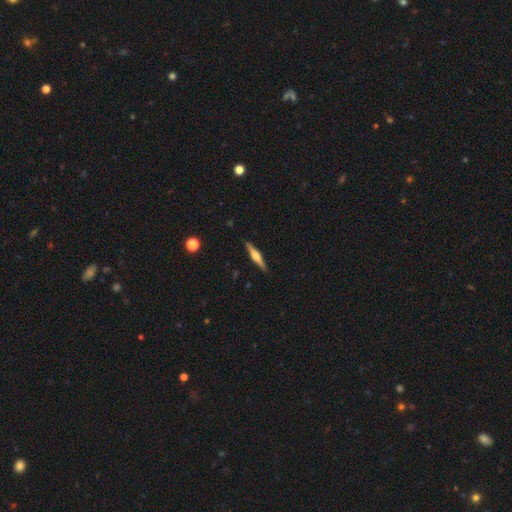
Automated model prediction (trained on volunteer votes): Smooth or featured? Predicted: featured or disk (p=0.70). Edge-on disk? Predicted: yes (p=0.98). Edge-on bulge? Predicted: rounded (p=0.88). Merging? Predicted: none (p=0.90).